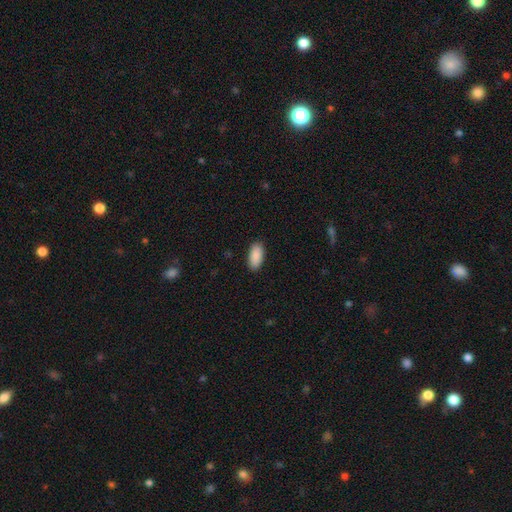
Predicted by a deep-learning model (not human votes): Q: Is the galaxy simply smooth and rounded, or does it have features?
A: smooth — 91%.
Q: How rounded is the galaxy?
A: in between — 93%.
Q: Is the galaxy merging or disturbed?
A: none — 90%.